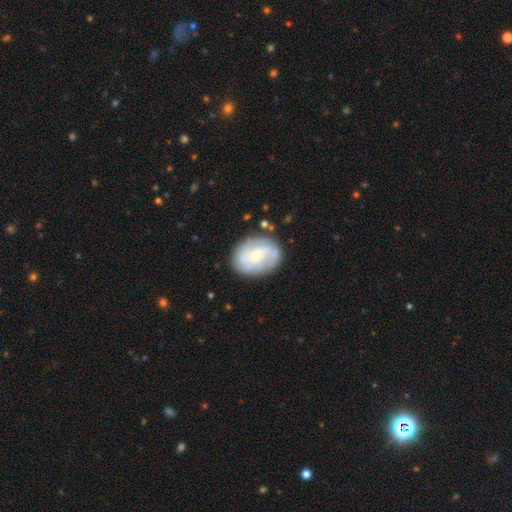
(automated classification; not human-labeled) A featured or disk galaxy (55%) with no bar (61%), spiral arms (67%) and a small central bulge (64%). Merging: none (72%).